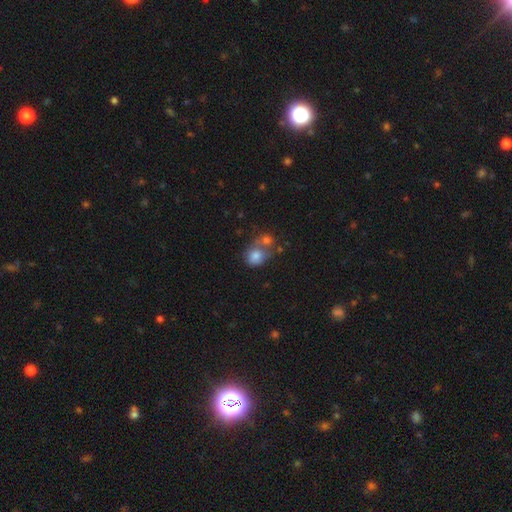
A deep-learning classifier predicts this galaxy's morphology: Overall: smooth (77%). How rounded: round (61%; in between 38%). Merging: merger (54%; none 27%).